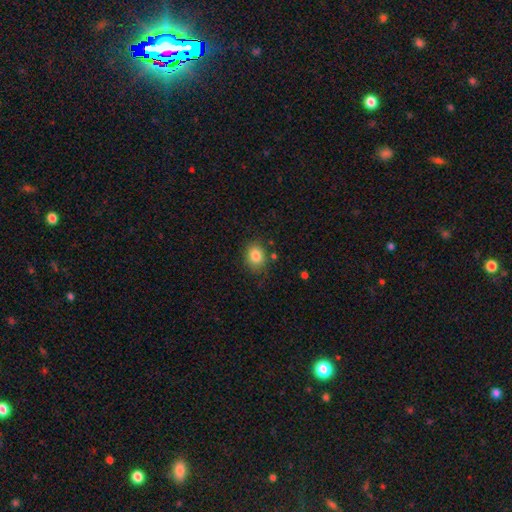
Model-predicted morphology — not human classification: type=smooth (84%); roundness=round (50%); merging=none (78%).